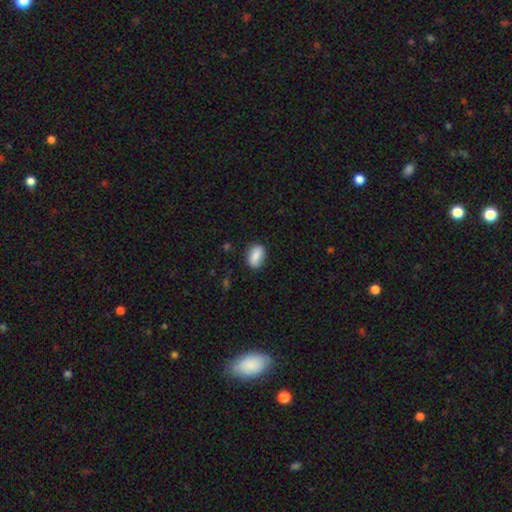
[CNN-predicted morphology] Overall: smooth (85%). How rounded: in between (83%). Merging: none (85%).